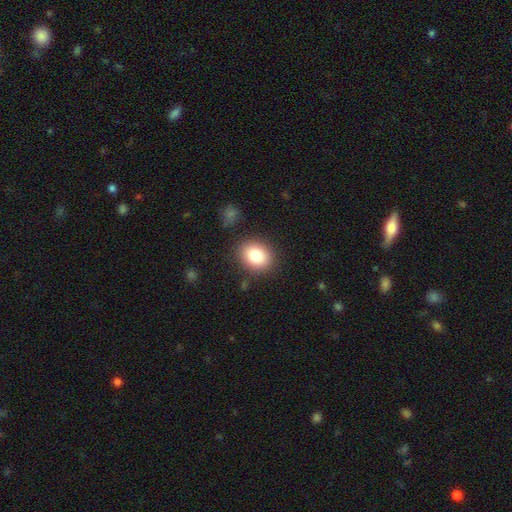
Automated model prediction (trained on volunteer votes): Overall: smooth (82%). How rounded: round (57%; in between 43%). Merging: none (85%).